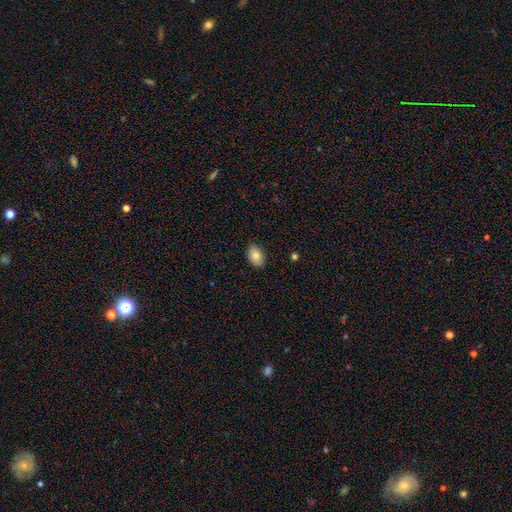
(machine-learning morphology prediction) smooth_or_featured: smooth (p=0.83) [alt: featured or disk p=0.10]
how_rounded: in between (p=0.85) [alt: round p=0.14]
merging: none (p=0.85) [alt: minor disturbance p=0.12]